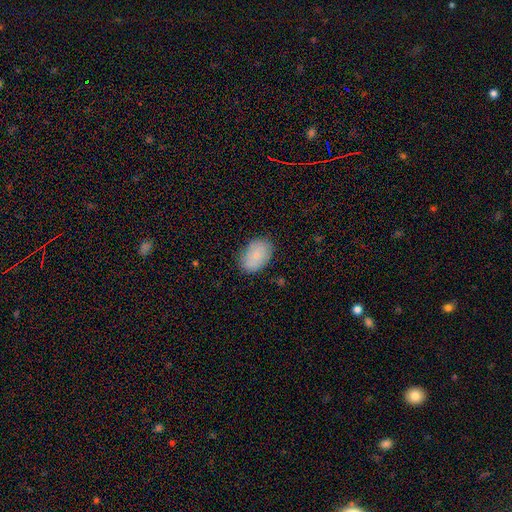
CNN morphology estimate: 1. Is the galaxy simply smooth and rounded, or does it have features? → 81% smooth, 12% featured or disk, 7% star or artifact.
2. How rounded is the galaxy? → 85% in between, 14% round, 1% cigar-shaped.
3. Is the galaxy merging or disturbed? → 80% none, 15% minor disturbance, 3% major disturbance, 1% merger.